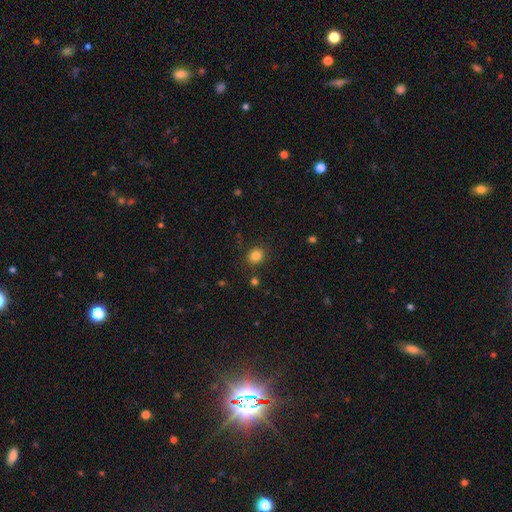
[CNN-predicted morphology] Smooth or featured?
  - smooth: 83% *
  - star or artifact: 12%
  - featured or disk: 5%
How rounded?
  - round: 73% *
  - in between: 26%
  - cigar-shaped: 1%
Merging?
  - none: 85% *
  - minor disturbance: 9%
  - merger: 3%
  - major disturbance: 3%